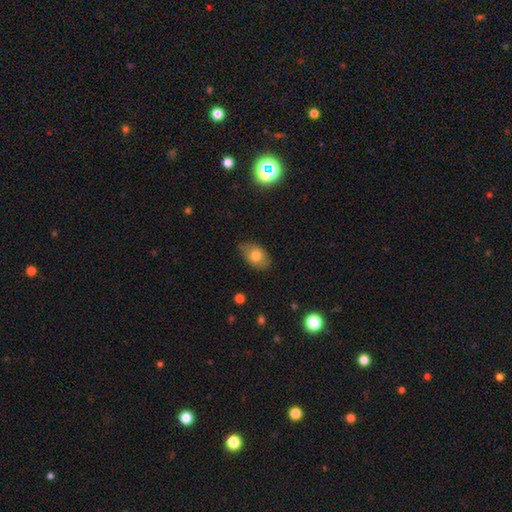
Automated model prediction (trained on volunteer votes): Smooth or featured? smooth (75%)
How rounded? in between (85%)
Merging? none (72%)